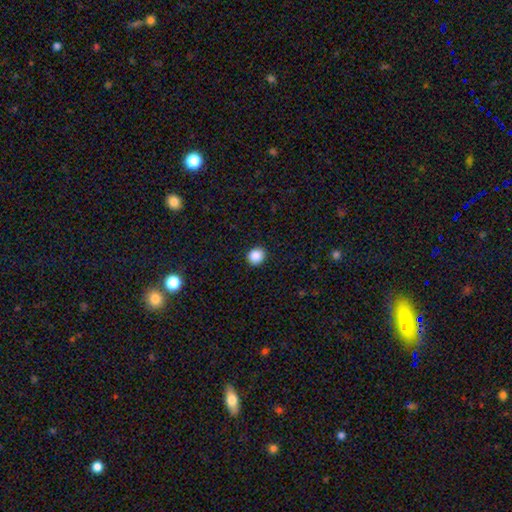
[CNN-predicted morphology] Q: Smooth or featured?
A: smooth (88%); runner-up: star or artifact (10%)
Q: How rounded?
A: round (83%); runner-up: in between (16%)
Q: Merging?
A: none (92%); runner-up: minor disturbance (5%)